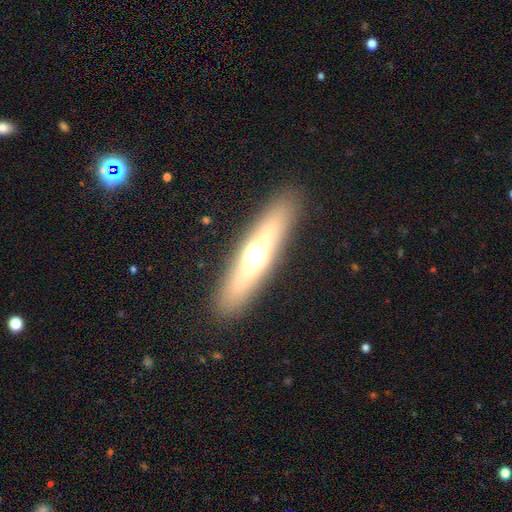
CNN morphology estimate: Smooth or featured: featured or disk — 49% (smooth — 42%)
Merging: none — 88% (minor disturbance — 8%)